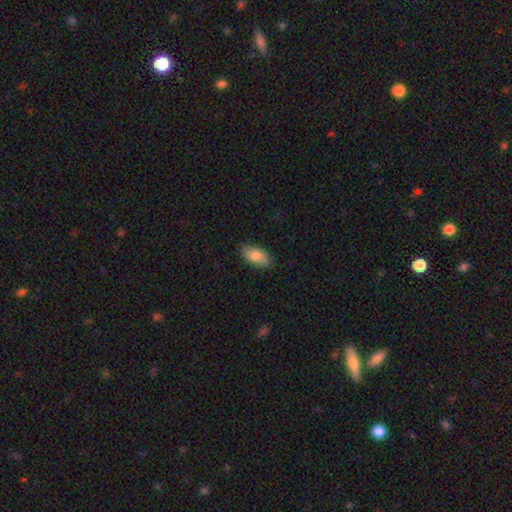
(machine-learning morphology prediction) Smooth or featured: smooth — 82% (featured or disk — 12%)
How rounded: in between — 93% (cigar-shaped — 5%)
Merging: none — 83% (minor disturbance — 13%)